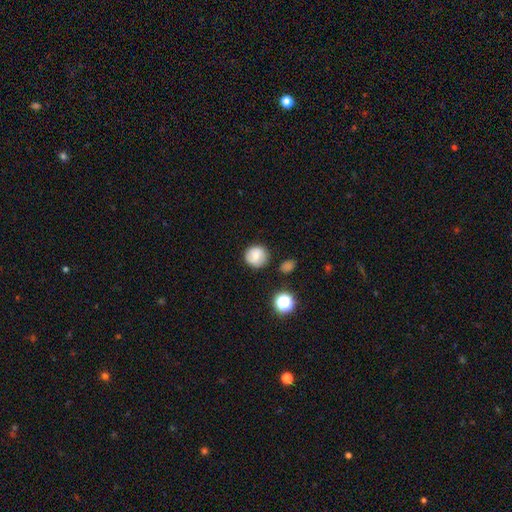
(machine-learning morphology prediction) A smooth galaxy with no disk features (70%) that is round (90%). Merging: none (83%).